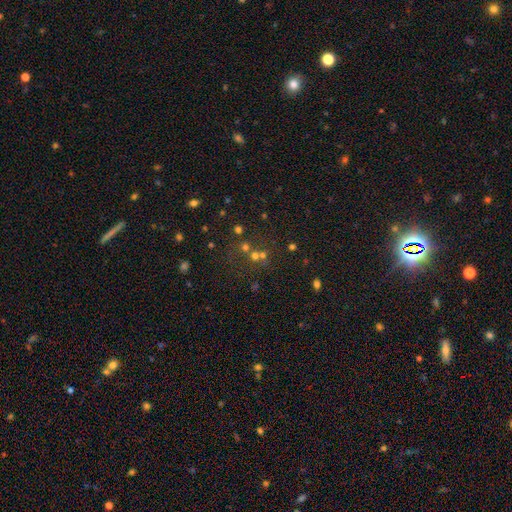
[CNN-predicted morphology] The model was most divided on "smooth or featured": star or artifact: 45%, smooth: 40%, featured or disk: 15%.